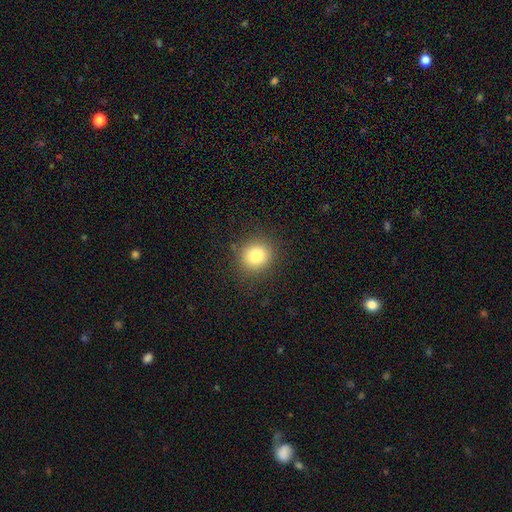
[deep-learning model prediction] The model was most divided on "smooth or featured": smooth: 82%, star or artifact: 11%, featured or disk: 7%. More confident: merging — none (88%); how rounded — round (87%).